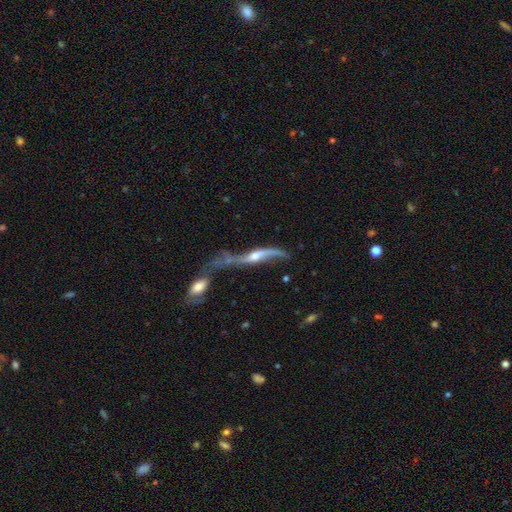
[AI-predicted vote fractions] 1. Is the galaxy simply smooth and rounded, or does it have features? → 81% featured or disk, 11% smooth, 7% star or artifact.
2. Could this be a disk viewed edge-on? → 54% no, 46% yes.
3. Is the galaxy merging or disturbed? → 48% merger, 26% none, 13% major disturbance, 13% minor disturbance.